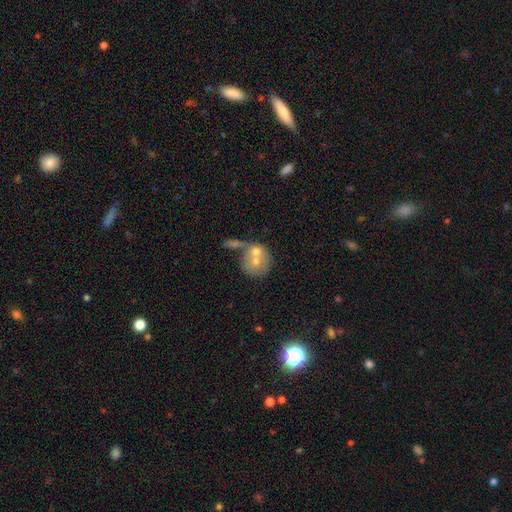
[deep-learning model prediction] Smooth or featured? smooth (60%)
How rounded? round (80%)
Merging? merger (58%)